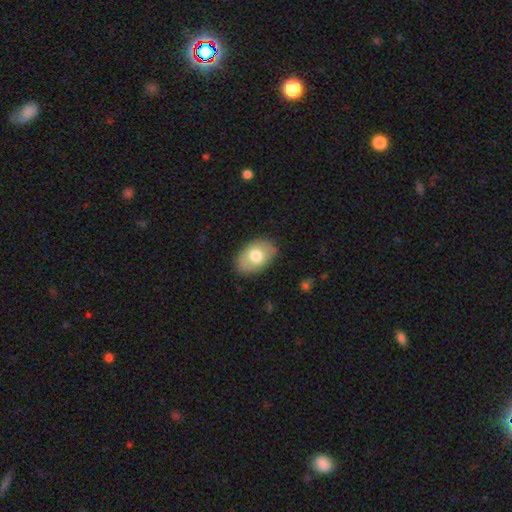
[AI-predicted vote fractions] Morphology: type=smooth (73%); roundness=in between (89%); merging=none (85%).